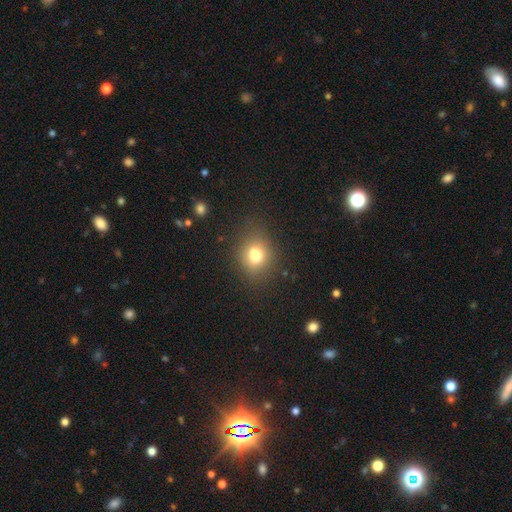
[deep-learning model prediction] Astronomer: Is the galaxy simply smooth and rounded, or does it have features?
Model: smooth — 71%.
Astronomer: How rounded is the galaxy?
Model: round — 62% (runner-up: in between, 37%).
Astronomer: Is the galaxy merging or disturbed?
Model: none — 65%.